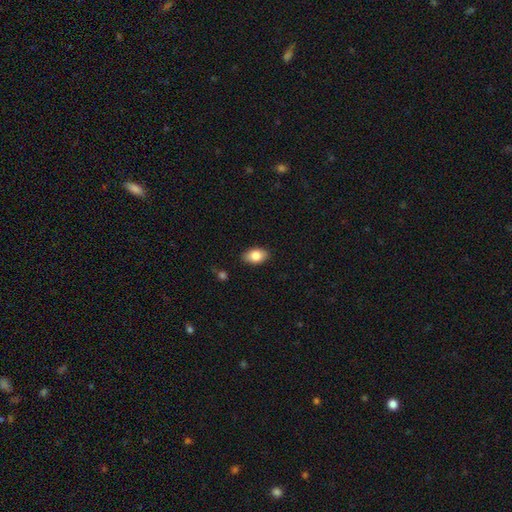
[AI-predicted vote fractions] Smooth or featured? Predicted: smooth (p=0.83). How rounded? Predicted: in between (p=0.90). Merging? Predicted: none (p=0.87).